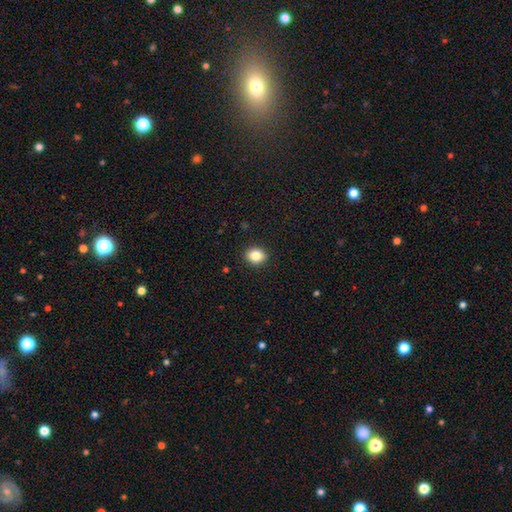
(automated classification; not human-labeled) smooth 84%, star or artifact 10%, featured or disk 6%. Down the decision tree: how rounded — round (60%); merging — none (91%).